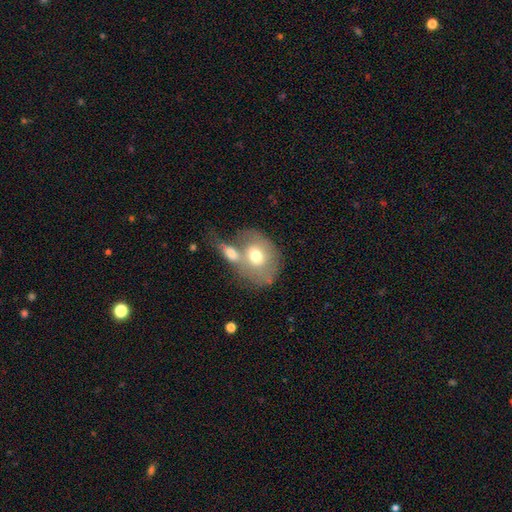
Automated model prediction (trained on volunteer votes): smooth-or-featured: smooth: 60% | featured or disk: 32% | star or artifact: 7%
  how-rounded: in between: 55% | round: 44% | cigar-shaped: 1%
  merging: merger: 52% | none: 26% | minor disturbance: 12% | major disturbance: 9%